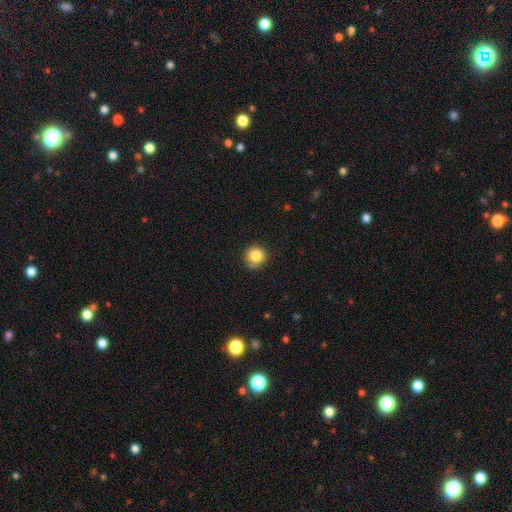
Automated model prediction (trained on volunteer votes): Smooth or featured? smooth (85%)
How rounded? round (93%)
Merging? none (86%)